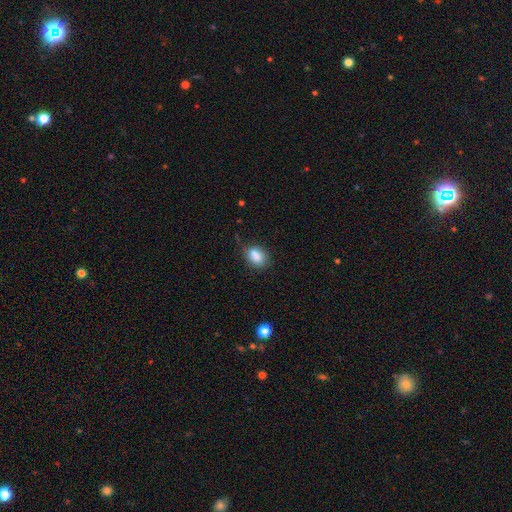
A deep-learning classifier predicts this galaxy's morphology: Smooth or featured?
  - smooth: 85% *
  - star or artifact: 9%
  - featured or disk: 6%
How rounded?
  - in between: 74% *
  - round: 25%
  - cigar-shaped: 2%
Merging?
  - none: 67% *
  - minor disturbance: 23%
  - major disturbance: 6%
  - merger: 4%